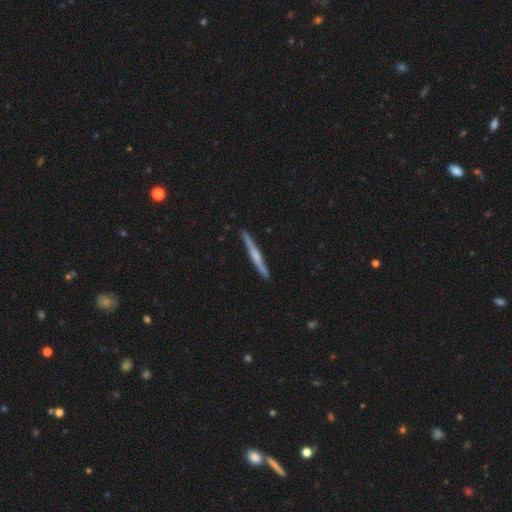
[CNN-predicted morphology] A featured or disk galaxy (65%) viewed edge-on (98%) with a rounded central bulge (60%). Merging: none (92%).